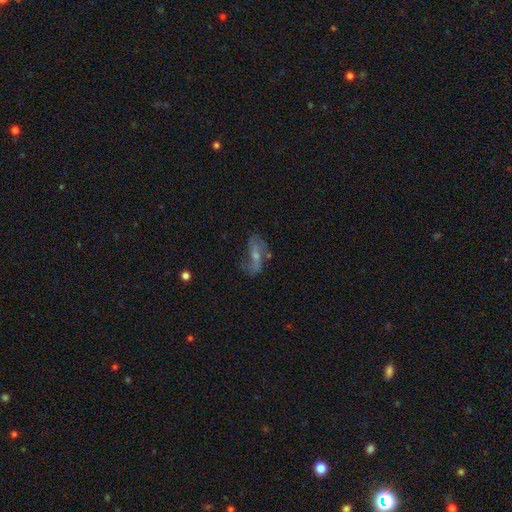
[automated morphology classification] Smooth or featured? Predicted: featured or disk (p=0.66). Edge-on disk? Predicted: no (p=0.90). Bar? Predicted: no (p=0.44). Spiral arms? Predicted: yes (p=0.79). Bulge size? Predicted: small (p=0.56). Merging? Predicted: none (p=0.58).